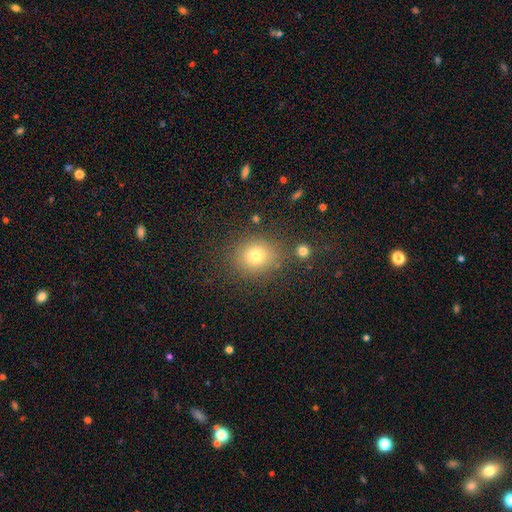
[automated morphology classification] The model was most divided on "how rounded": round: 73%, in between: 26%, cigar-shaped: 1%. More confident: merging — none (82%); smooth or featured — smooth (76%).